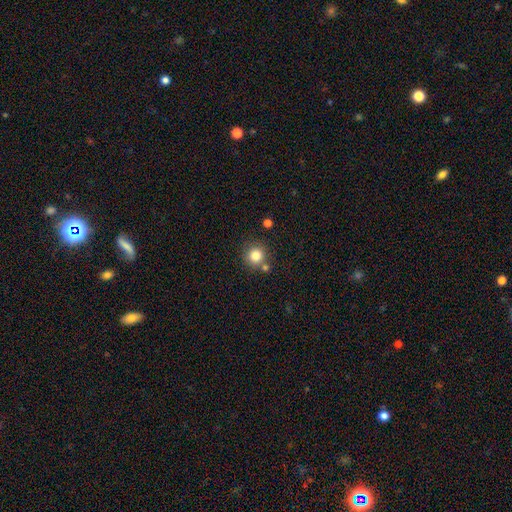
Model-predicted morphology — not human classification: A smooth galaxy with no disk features (82%) that is round (92%). Merging: none (75%).